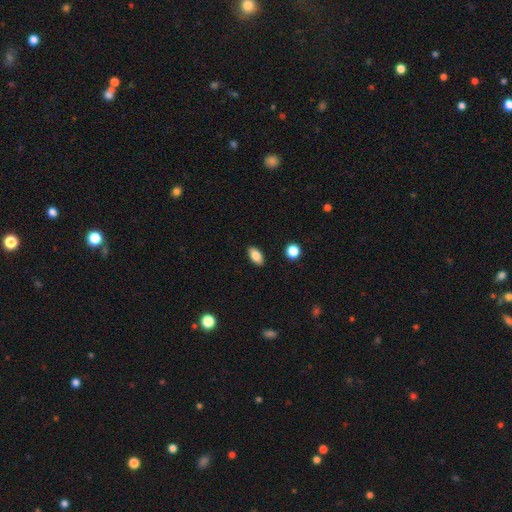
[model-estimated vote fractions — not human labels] Smooth or featured? smooth (83%)
How rounded? in between (91%)
Merging? none (89%)